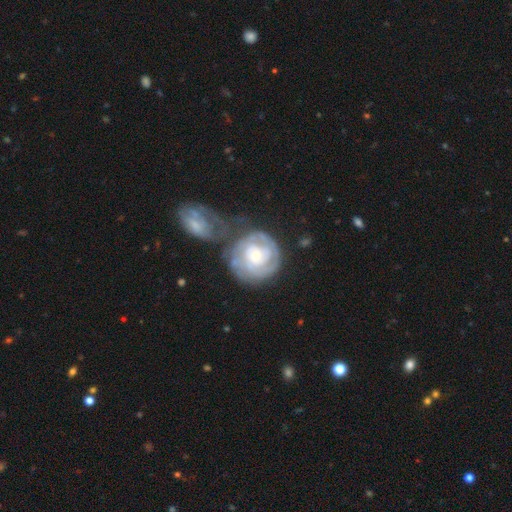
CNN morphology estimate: Overall: featured or disk (78%). Edge-on disk: no (98%). Bar: no (78%). Spiral arms: yes (90%). Spiral arm count: can't tell (38%; 2 28%). Spiral winding: tight (79%). Bulge size: small (63%; moderate 31%). Merging: none (45%; merger 26%).